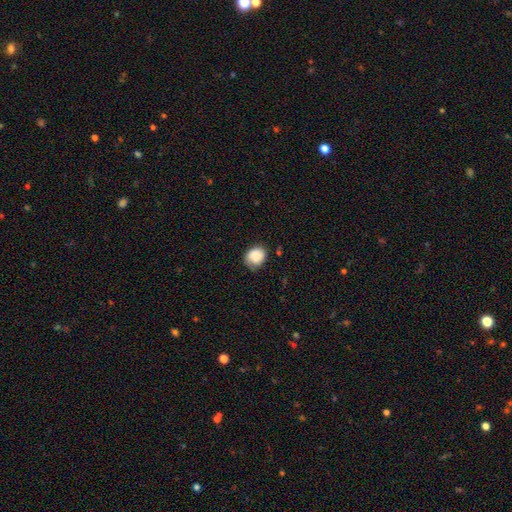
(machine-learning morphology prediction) A smooth galaxy with no disk features (79%) that is round (64%). Merging: none (55%).